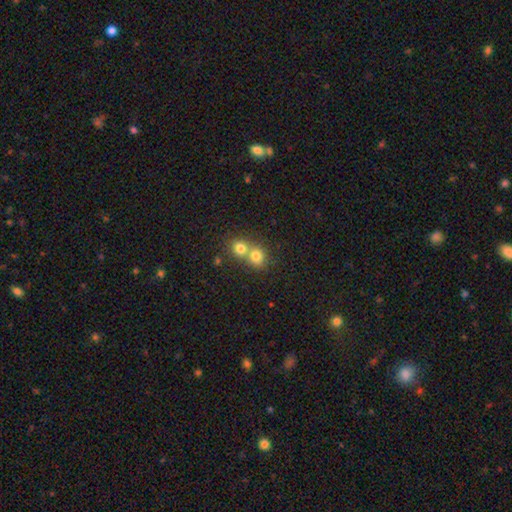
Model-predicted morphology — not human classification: Overall: smooth (77%). How rounded: round (82%). Merging: merger (59%; none 34%).